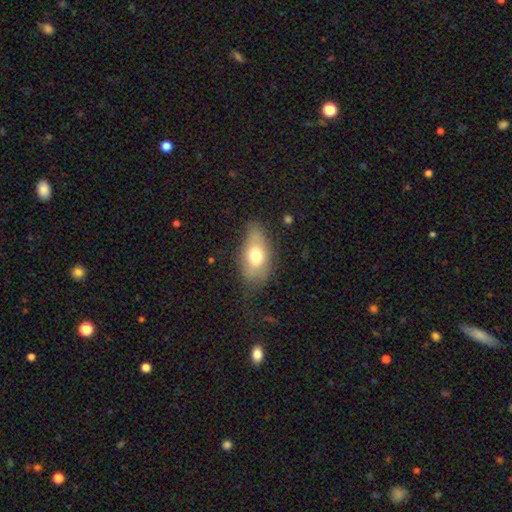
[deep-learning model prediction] This is likely a smooth galaxy (68%). How rounded: clearly in between (88%). Merging: possibly none (55%).